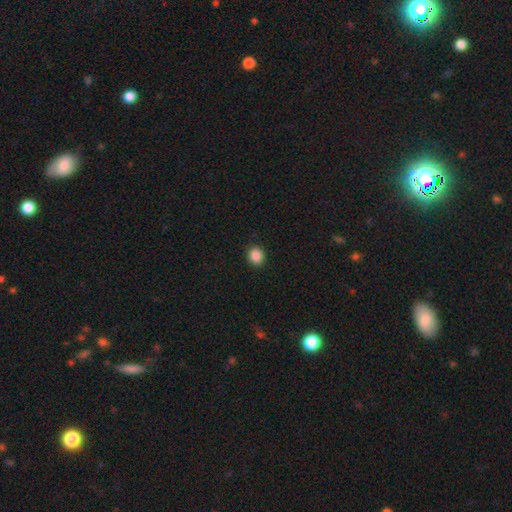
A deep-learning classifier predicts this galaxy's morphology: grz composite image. It shows a smooth galaxy with no disk features (88%) that is round (80%). Merging: none (91%).